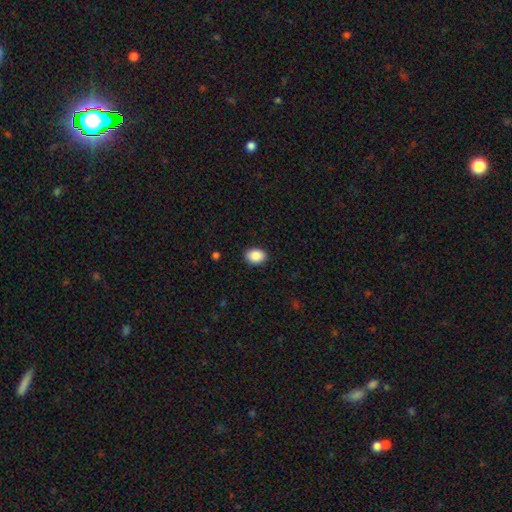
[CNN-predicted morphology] Smooth or featured? smooth (89%)
How rounded? in between (62%)
Merging? none (90%)